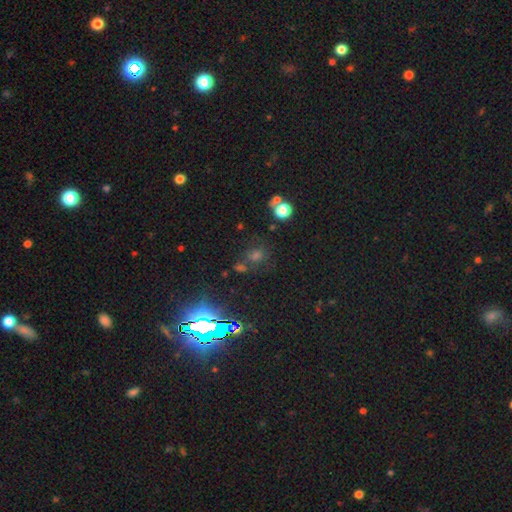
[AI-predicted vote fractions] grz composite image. It shows a star or artifact, not a galaxy (58%).